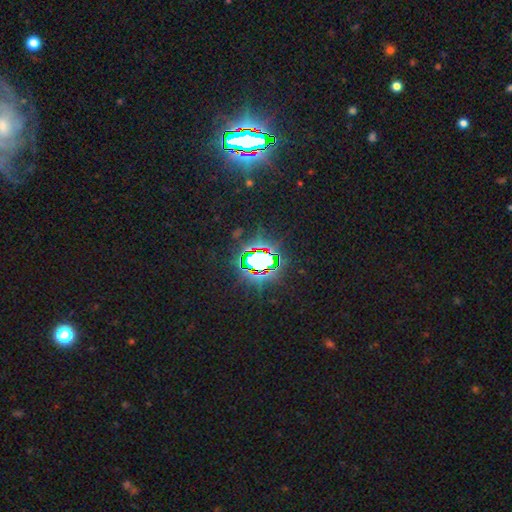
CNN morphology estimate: Q: Smooth or featured?
A: star or artifact (82%); runner-up: smooth (10%)